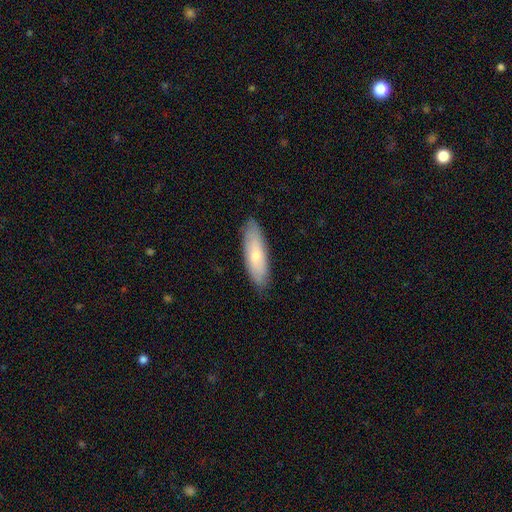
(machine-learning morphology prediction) Smooth or featured?
  - smooth: 64% *
  - featured or disk: 31%
  - star or artifact: 6%
How rounded?
  - in between: 49% * (tied)
  - cigar-shaped: 49% * (tied)
  - round: 2%
Merging?
  - none: 85% *
  - minor disturbance: 12%
  - major disturbance: 2%
  - merger: 1%